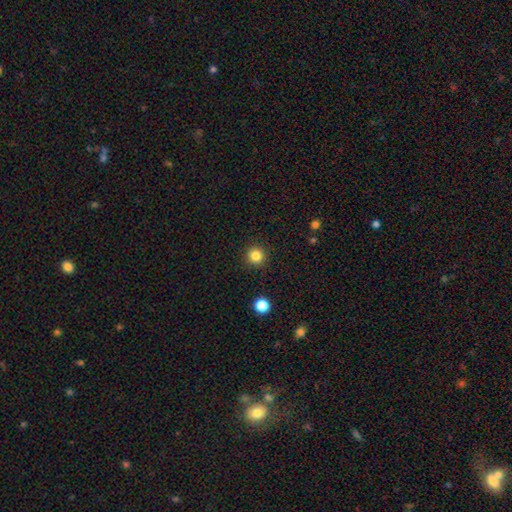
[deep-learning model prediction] This is clearly a smooth galaxy (83%). How rounded: clearly round (95%). Merging: clearly none (92%).